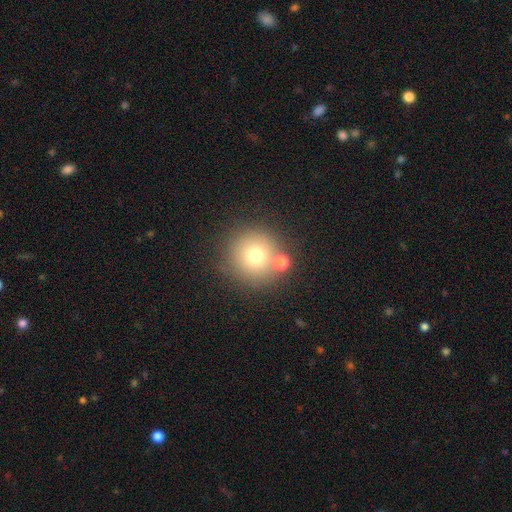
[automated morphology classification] Q: Smooth or featured?
A: smooth (71%); runner-up: star or artifact (15%)
Q: How rounded?
A: round (94%); runner-up: in between (5%)
Q: Merging?
A: none (72%); runner-up: merger (14%)